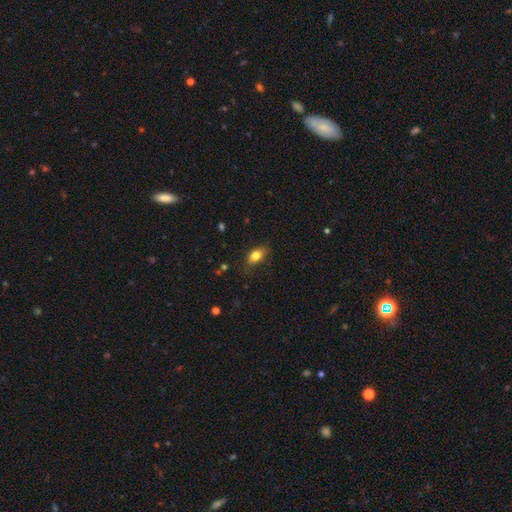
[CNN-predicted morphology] Q: Smooth or featured?
A: smooth (80%); runner-up: featured or disk (12%)
Q: How rounded?
A: in between (85%); runner-up: round (11%)
Q: Merging?
A: none (79%); runner-up: minor disturbance (16%)